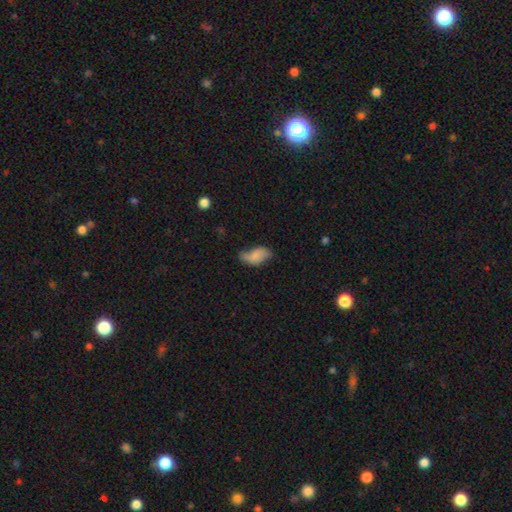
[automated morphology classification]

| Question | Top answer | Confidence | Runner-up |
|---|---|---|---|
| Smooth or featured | smooth | 68% | featured or disk (24%) |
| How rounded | in between | 93% | round (4%) |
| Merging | none | 42% | minor disturbance (38%) |